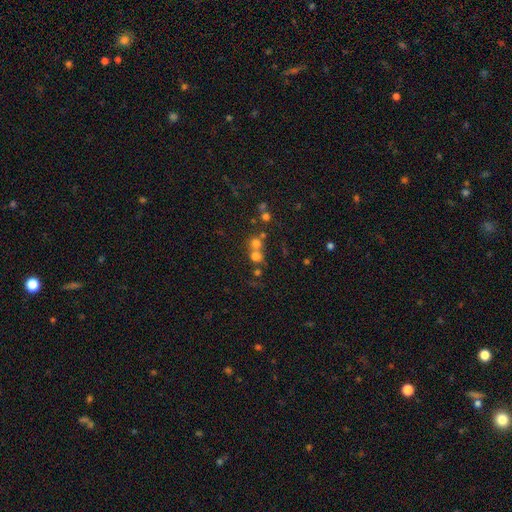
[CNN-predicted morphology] Smooth or featured: smooth — 64% (star or artifact — 21%)
How rounded: round — 82% (in between — 17%)
Merging: merger — 49% (none — 41%)